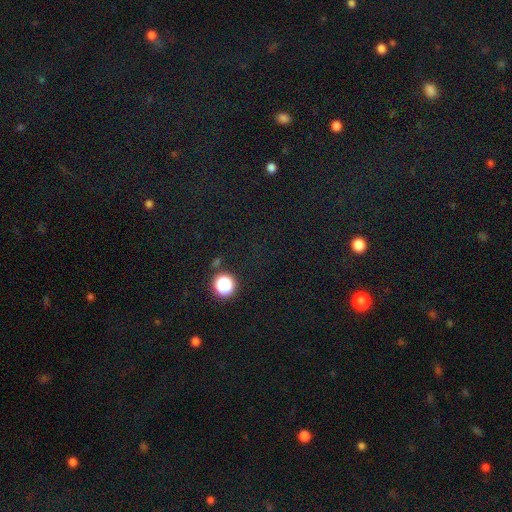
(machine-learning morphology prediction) smooth_or_featured: star or artifact (p=0.68) [alt: smooth p=0.24]